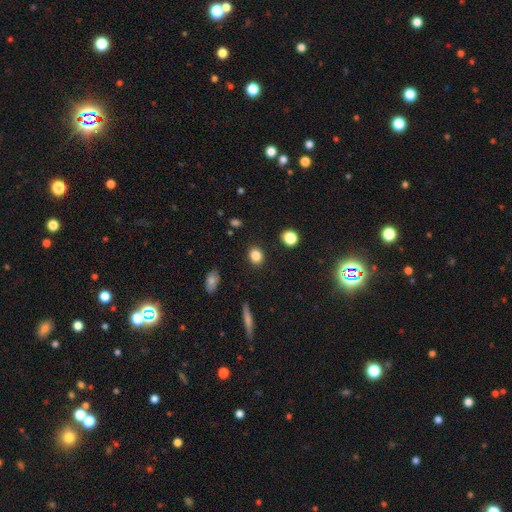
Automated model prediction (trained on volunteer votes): The model was most divided on "how rounded": round: 60%, in between: 38%, cigar-shaped: 2%. More confident: merging — none (89%); smooth or featured — smooth (84%).